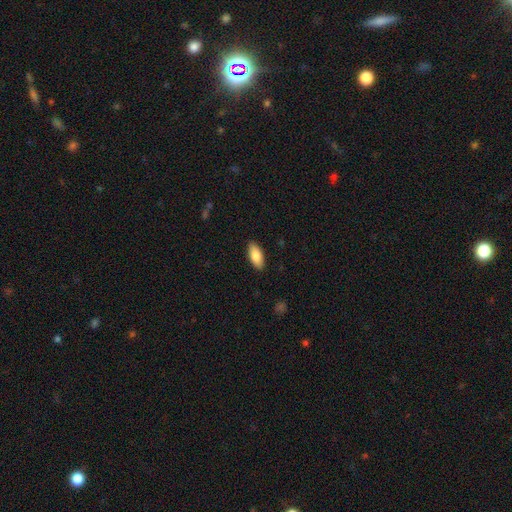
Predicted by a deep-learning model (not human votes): Overall: smooth (86%). How rounded: in between (86%). Merging: none (89%).